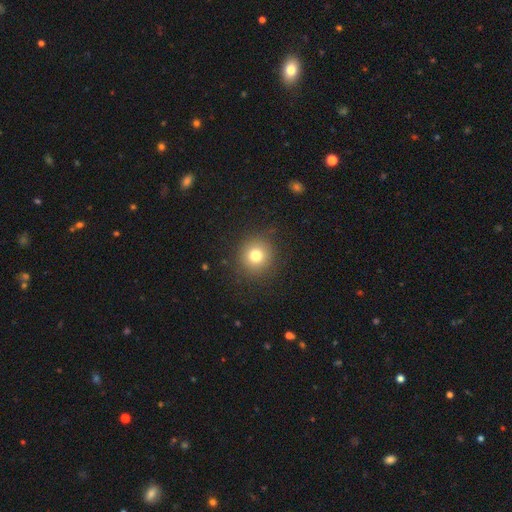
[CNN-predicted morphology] This is likely a smooth galaxy (78%). How rounded: clearly round (92%). Merging: clearly none (89%).